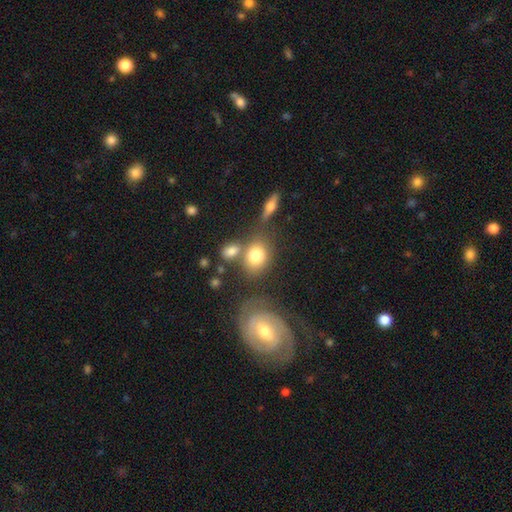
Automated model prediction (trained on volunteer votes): Smooth or featured?
  - smooth: 75% *
  - featured or disk: 15%
  - star or artifact: 10%
How rounded?
  - in between: 52% *
  - round: 46%
  - cigar-shaped: 2%
Merging?
  - none: 53% *
  - merger: 25%
  - minor disturbance: 14%
  - major disturbance: 7%